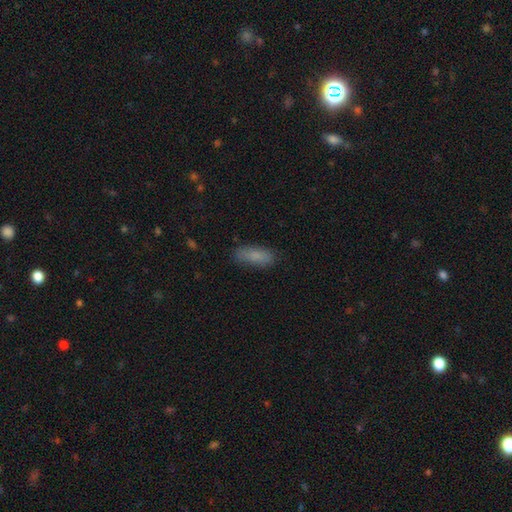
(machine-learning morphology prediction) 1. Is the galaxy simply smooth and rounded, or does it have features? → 85% smooth, 8% featured or disk, 8% star or artifact.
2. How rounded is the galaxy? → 66% in between, 32% cigar-shaped, 2% round.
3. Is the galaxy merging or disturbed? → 82% none, 14% minor disturbance, 3% major disturbance, 1% merger.